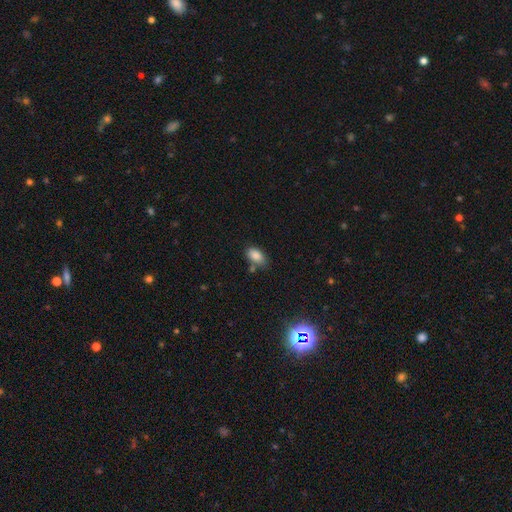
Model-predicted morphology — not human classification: type=smooth (86%); roundness=in between (91%); merging=none (64%).